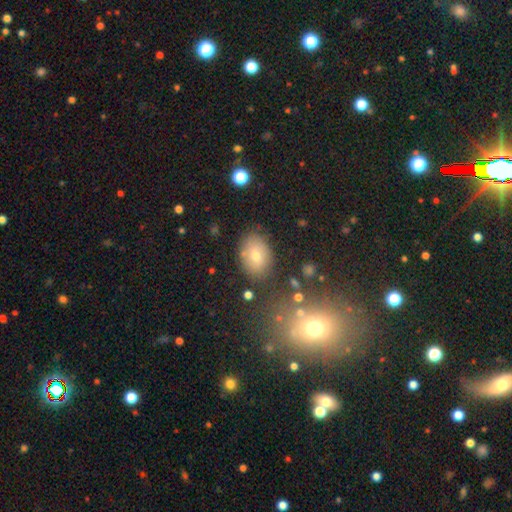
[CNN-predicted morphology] smooth_or_featured: smooth (p=0.65) [alt: featured or disk p=0.19]
how_rounded: in between (p=0.75) [alt: round p=0.24]
merging: none (p=0.80) [alt: minor disturbance p=0.13]